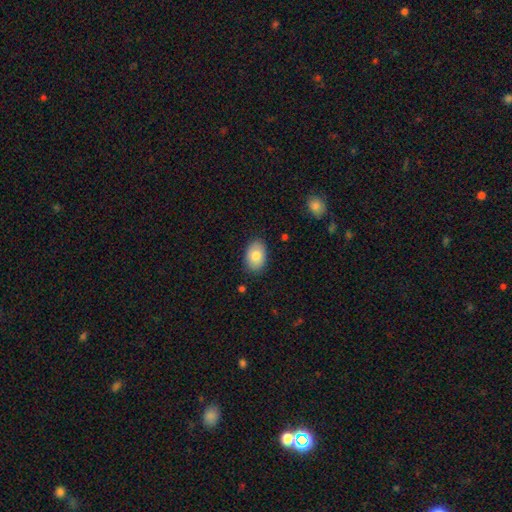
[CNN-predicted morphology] This appears to be a smooth galaxy with no disk features (81%) that is in between round and cigar-shaped (87%). Merging: none (85%).